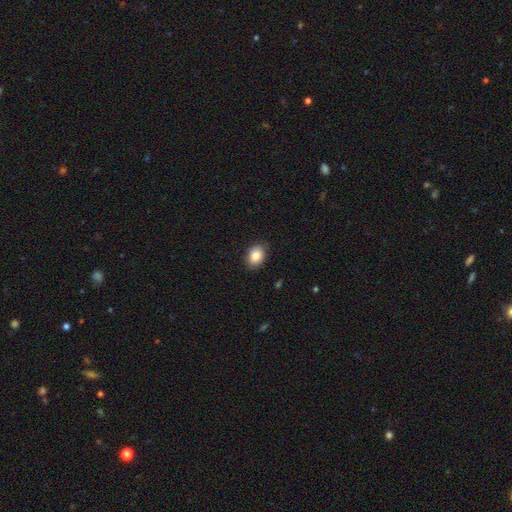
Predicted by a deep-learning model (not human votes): smooth 86%, star or artifact 8%, featured or disk 6%. Down the decision tree: how rounded — in between (74%); merging — none (88%).